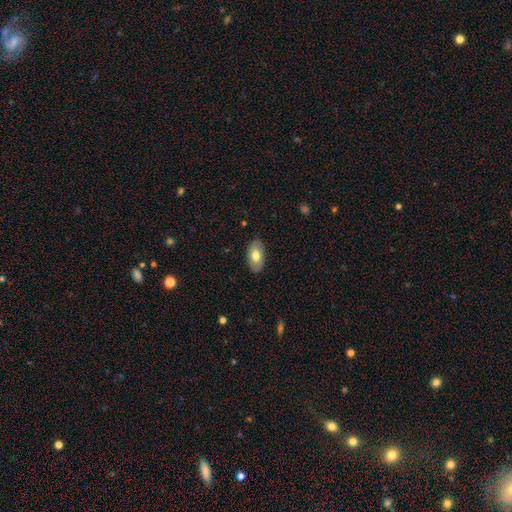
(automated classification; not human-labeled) A smooth galaxy with no disk features (67%) that is in between round and cigar-shaped (94%). Merging: none (86%).